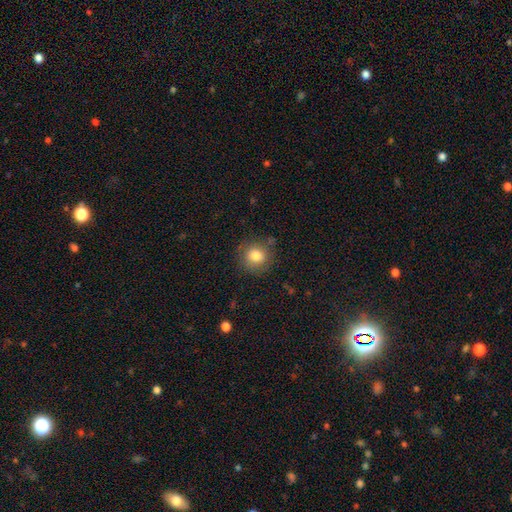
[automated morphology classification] A smooth galaxy with no disk features (81%) that is round (87%).

Vote fractions:
- Smooth or featured? smooth: 81% / star or artifact: 10% / featured or disk: 9%
- How rounded? round: 87% / in between: 12% / cigar-shaped: 1%
- Merging? none: 81% / minor disturbance: 13% / major disturbance: 4% / merger: 2%